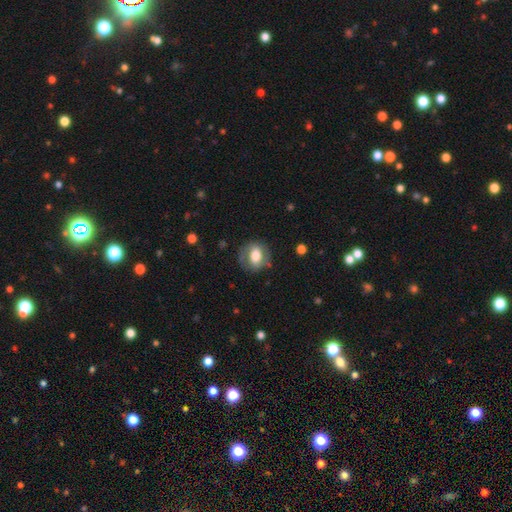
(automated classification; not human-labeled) Smooth or featured? smooth (60%)
How rounded? in between (51%)
Merging? none (72%)